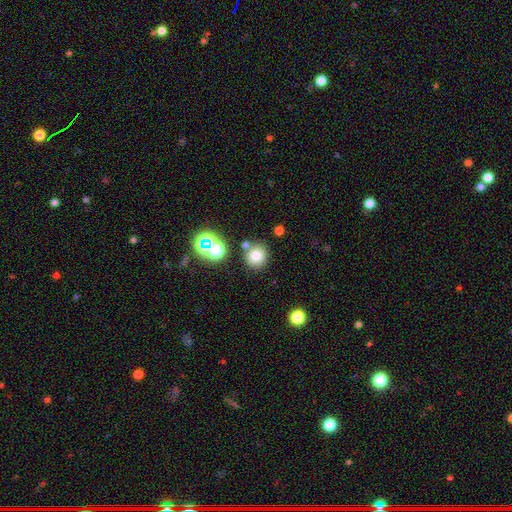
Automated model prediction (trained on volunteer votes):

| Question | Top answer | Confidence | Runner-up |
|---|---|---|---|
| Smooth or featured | smooth | 75% | star or artifact (16%) |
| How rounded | round | 90% | in between (9%) |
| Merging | none | 79% | merger (10%) |